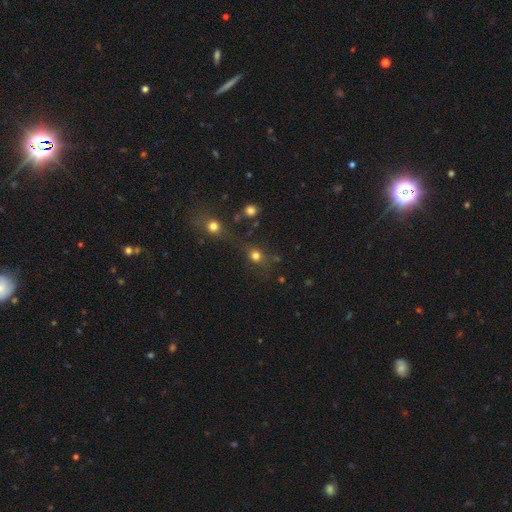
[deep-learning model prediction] A smooth galaxy with no disk features (74%) that is round (82%). Merging: none (55%).